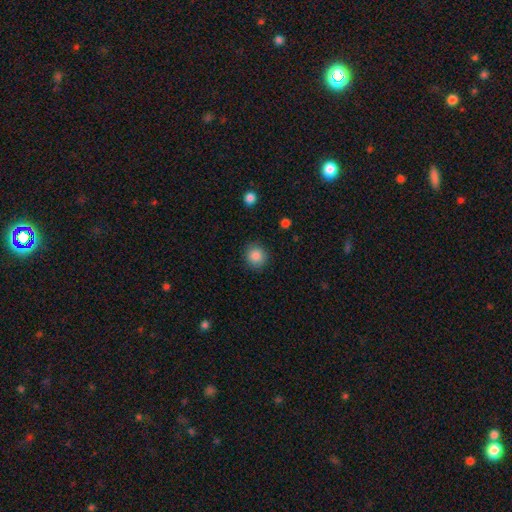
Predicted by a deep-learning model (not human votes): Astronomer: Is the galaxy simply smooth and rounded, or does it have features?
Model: smooth — 87%.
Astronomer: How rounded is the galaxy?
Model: round — 91%.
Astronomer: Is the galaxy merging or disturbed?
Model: none — 89%.